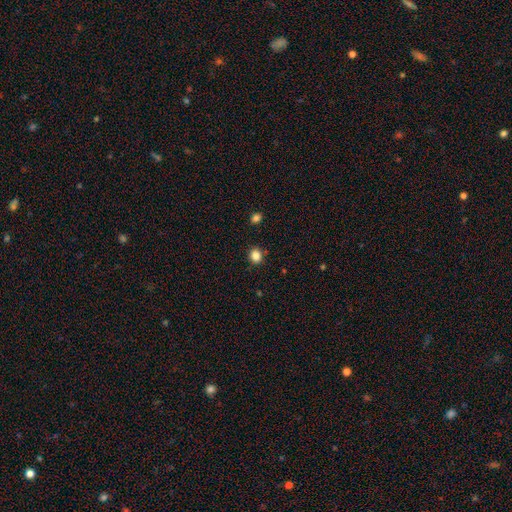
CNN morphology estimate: Smooth or featured: smooth — 85% (star or artifact — 11%)
How rounded: round — 74% (in between — 25%)
Merging: none — 89% (minor disturbance — 7%)